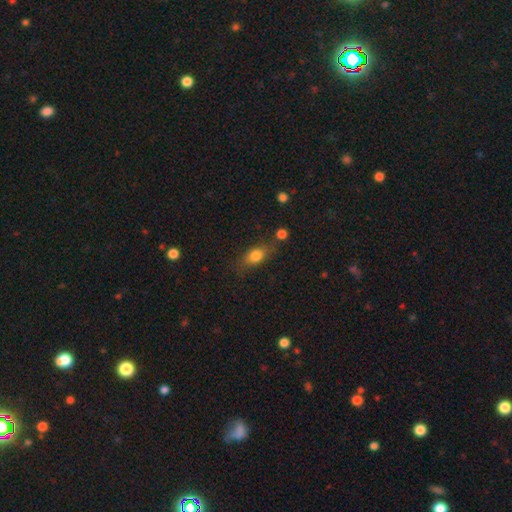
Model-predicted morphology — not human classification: Smooth or featured: smooth — 77% (featured or disk — 14%)
How rounded: in between — 73% (round — 15%)
Merging: none — 64% (minor disturbance — 20%)